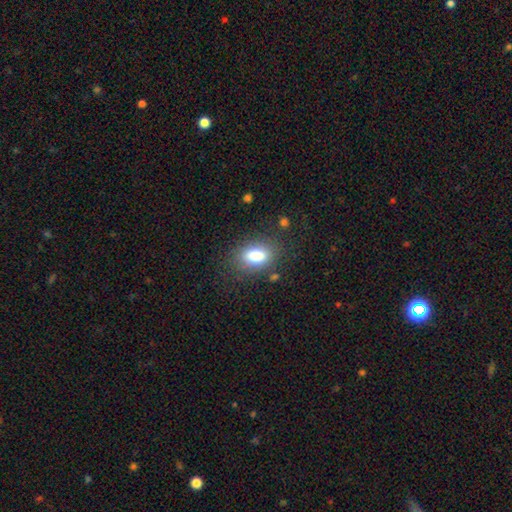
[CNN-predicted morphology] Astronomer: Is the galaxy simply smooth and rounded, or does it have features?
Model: smooth — 81%.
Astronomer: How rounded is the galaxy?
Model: in between — 85%.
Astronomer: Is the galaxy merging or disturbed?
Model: none — 78%.